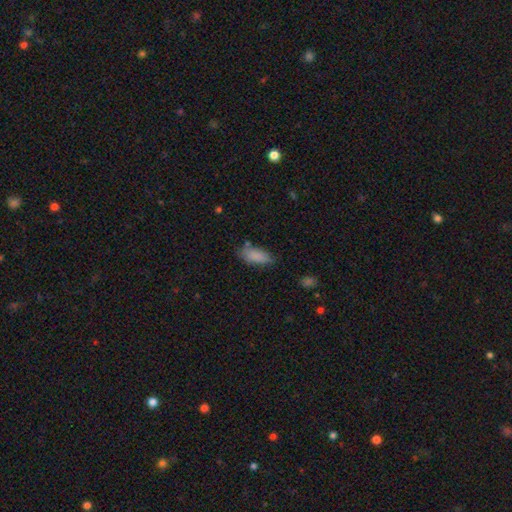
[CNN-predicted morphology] type=smooth (86%); roundness=in between (83%); merging=none (68%).